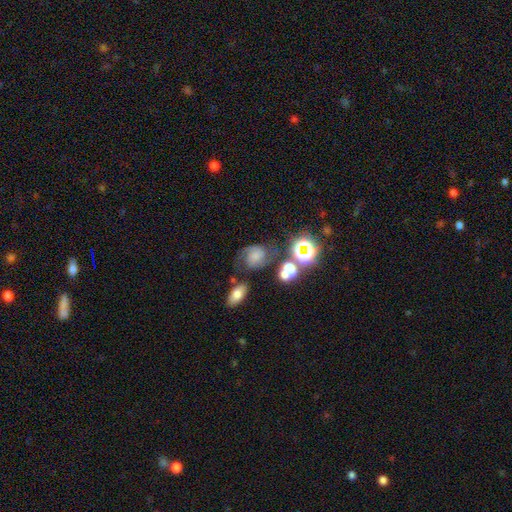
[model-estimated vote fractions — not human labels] This is marginally a featured or disk galaxy (43%). Merging: possibly none (50%).